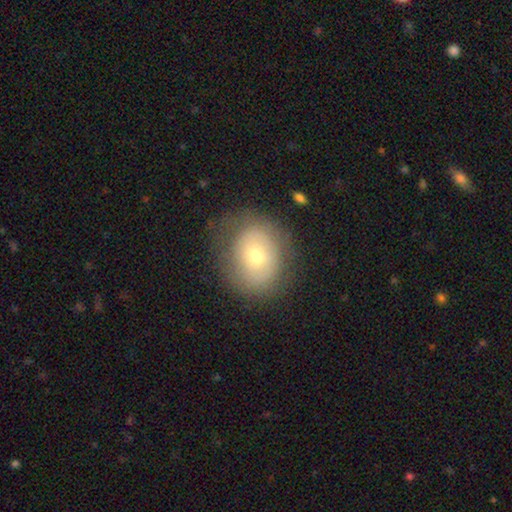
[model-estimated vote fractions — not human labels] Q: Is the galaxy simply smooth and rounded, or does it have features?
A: smooth — 61%.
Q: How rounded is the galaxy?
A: round — 59%.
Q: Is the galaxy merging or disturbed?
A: none — 73%.